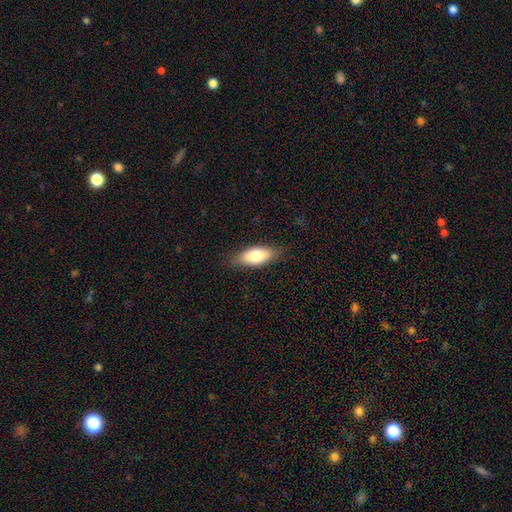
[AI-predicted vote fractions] Overall: smooth (78%). How rounded: in between (79%). Merging: none (81%).